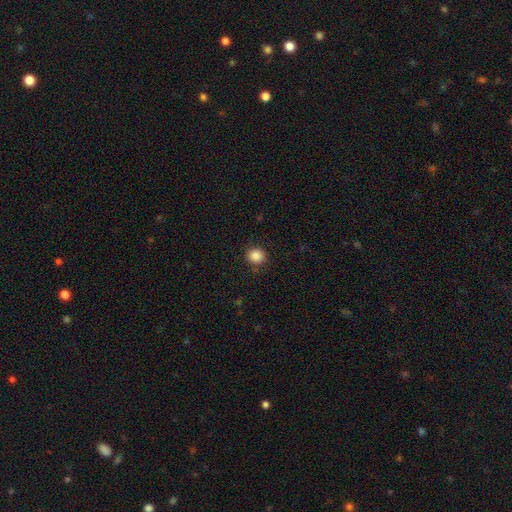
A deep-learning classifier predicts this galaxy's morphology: This is clearly a smooth galaxy (87%). How rounded: clearly round (84%). Merging: clearly none (88%).